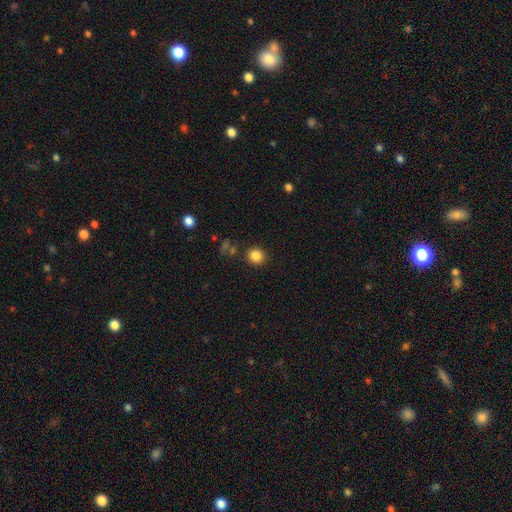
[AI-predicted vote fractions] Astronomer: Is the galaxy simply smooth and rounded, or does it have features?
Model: smooth — 84%.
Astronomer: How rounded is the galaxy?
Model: round — 89%.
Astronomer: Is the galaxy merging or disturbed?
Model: none — 86%.